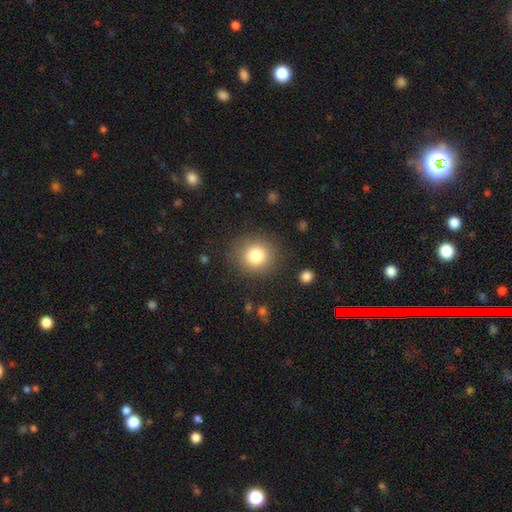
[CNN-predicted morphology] The model was most divided on "smooth or featured": smooth: 80%, star or artifact: 11%, featured or disk: 8%. More confident: how rounded — round (88%); merging — none (86%).